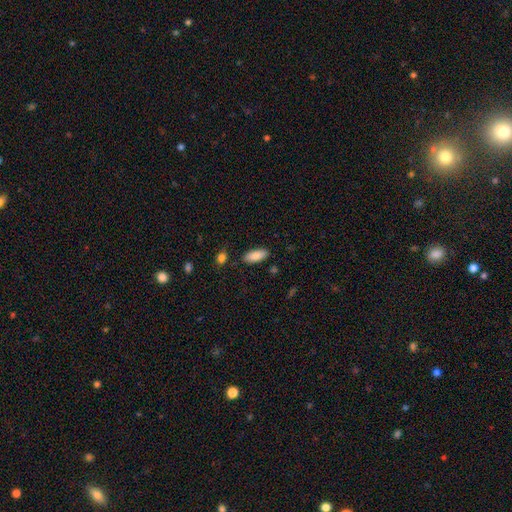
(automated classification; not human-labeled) smooth 87%, featured or disk 7%, star or artifact 6%. Down the decision tree: how rounded — in between (84%); merging — none (85%).